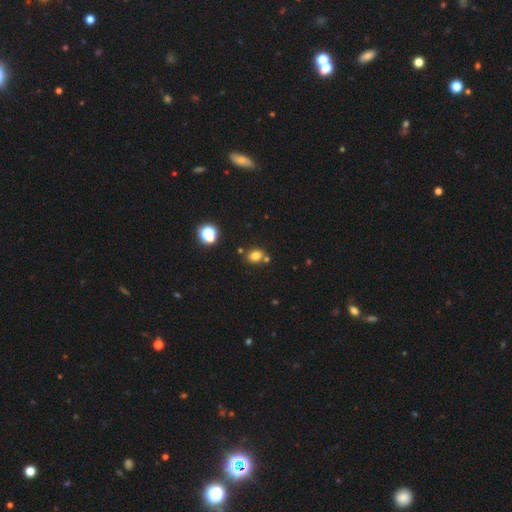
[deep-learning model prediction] Smooth or featured?
  - smooth: 78% *
  - star or artifact: 16%
  - featured or disk: 7%
How rounded?
  - round: 53% *
  - in between: 46%
  - cigar-shaped: 1%
Merging?
  - none: 70% *
  - merger: 16%
  - minor disturbance: 11%
  - major disturbance: 3%